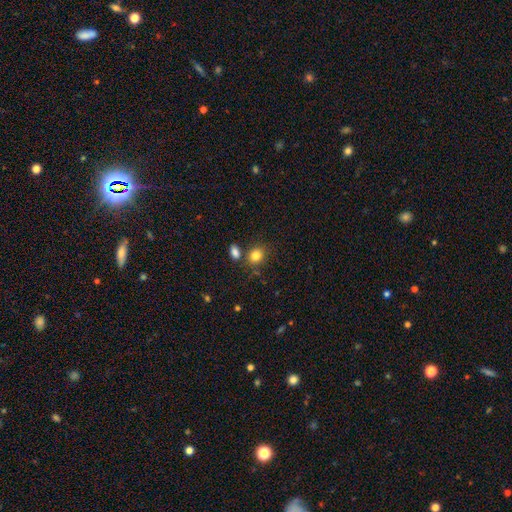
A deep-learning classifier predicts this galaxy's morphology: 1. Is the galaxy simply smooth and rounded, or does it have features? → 83% smooth, 11% star or artifact, 6% featured or disk.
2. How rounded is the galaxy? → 59% round, 39% in between, 1% cigar-shaped.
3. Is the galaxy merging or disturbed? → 69% none, 16% merger, 12% minor disturbance, 4% major disturbance.